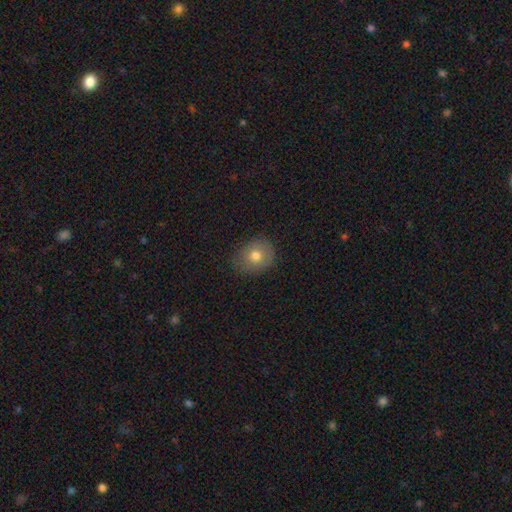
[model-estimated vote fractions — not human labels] Smooth or featured? Predicted: smooth (p=0.73). How rounded? Predicted: round (p=0.61). Merging? Predicted: none (p=0.75).